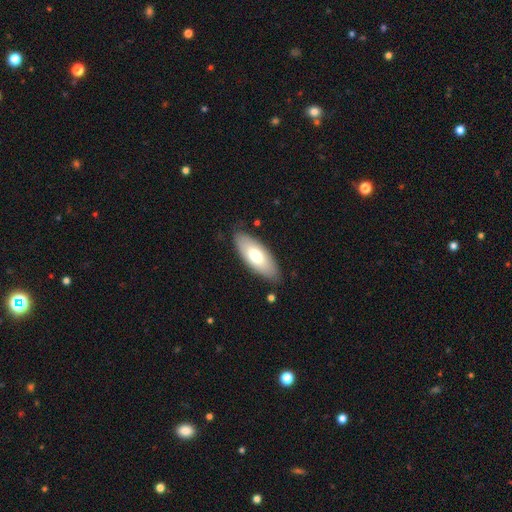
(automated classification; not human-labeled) smooth-or-featured: smooth: 69% | featured or disk: 25% | star or artifact: 6%
  how-rounded: in between: 80% | cigar-shaped: 19% | round: 2%
  merging: none: 83% | minor disturbance: 12% | major disturbance: 3% | merger: 1%